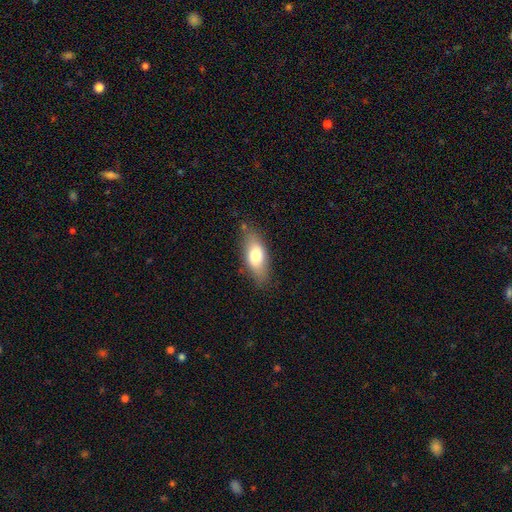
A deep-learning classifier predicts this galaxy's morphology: A smooth galaxy with no disk features (72%) that is in between round and cigar-shaped (80%).

Vote fractions:
- Smooth or featured? smooth: 72% / featured or disk: 21% / star or artifact: 7%
- How rounded? in between: 80% / cigar-shaped: 17% / round: 3%
- Merging? none: 78% / minor disturbance: 16% / major disturbance: 4% / merger: 2%